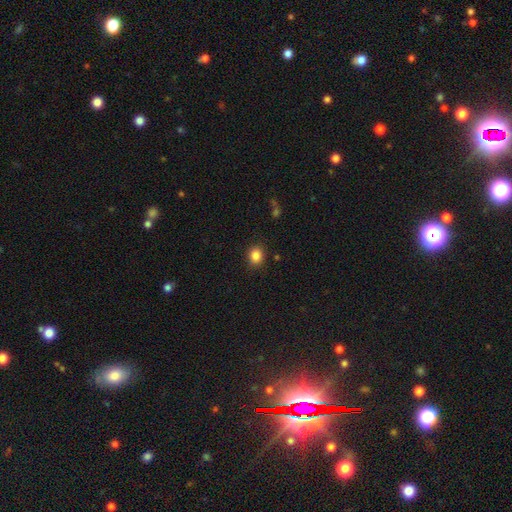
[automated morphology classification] Smooth or featured? Predicted: smooth (p=0.85). How rounded? Predicted: round (p=0.68). Merging? Predicted: none (p=0.89).